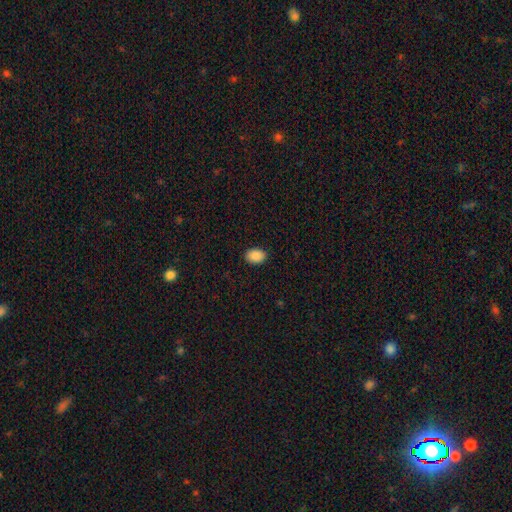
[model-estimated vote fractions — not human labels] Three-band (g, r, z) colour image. It shows a smooth galaxy with no disk features (89%) that is in between round and cigar-shaped (81%). Merging: none (89%).